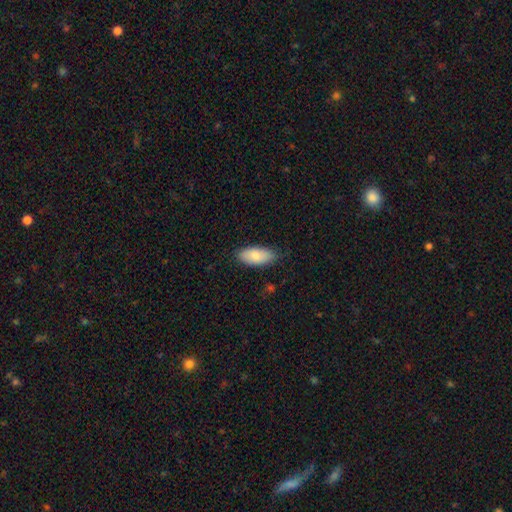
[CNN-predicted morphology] Q: Smooth or featured?
A: smooth (83%); runner-up: featured or disk (11%)
Q: How rounded?
A: in between (88%); runner-up: cigar-shaped (10%)
Q: Merging?
A: none (82%); runner-up: minor disturbance (15%)